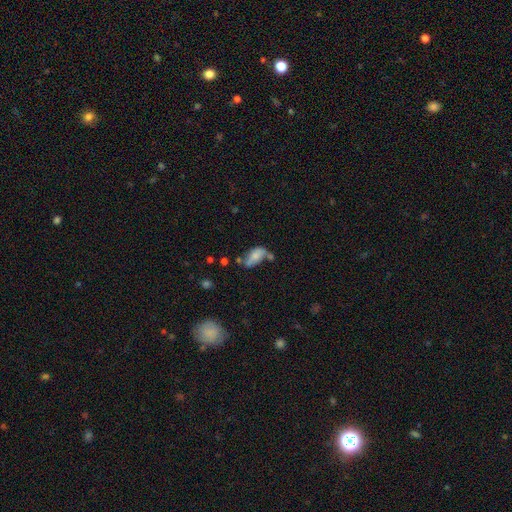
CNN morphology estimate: Smooth or featured: smooth — 68% (featured or disk — 23%)
How rounded: in between — 89% (cigar-shaped — 6%)
Merging: none — 38% (minor disturbance — 26%)